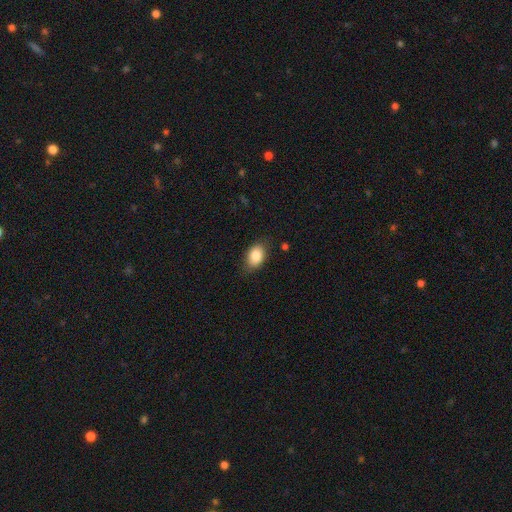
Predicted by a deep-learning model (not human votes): smooth-or-featured: smooth: 85% | featured or disk: 8% | star or artifact: 8%
  how-rounded: in between: 82% | round: 16% | cigar-shaped: 1%
  merging: none: 77% | minor disturbance: 18% | major disturbance: 4% | merger: 1%